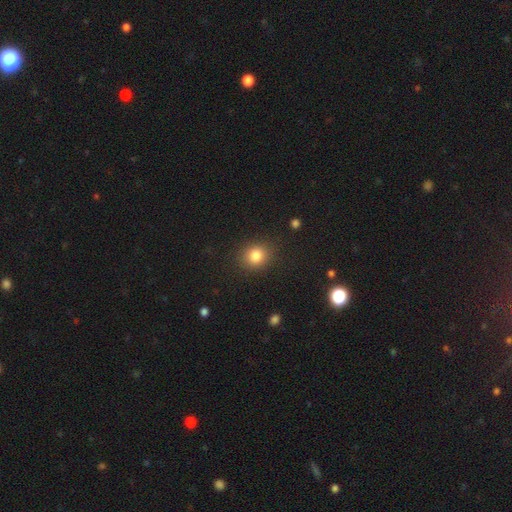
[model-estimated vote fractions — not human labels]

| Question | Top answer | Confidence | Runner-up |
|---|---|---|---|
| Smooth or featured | smooth | 83% | star or artifact (12%) |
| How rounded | round | 77% | in between (22%) |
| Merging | none | 87% | minor disturbance (9%) |